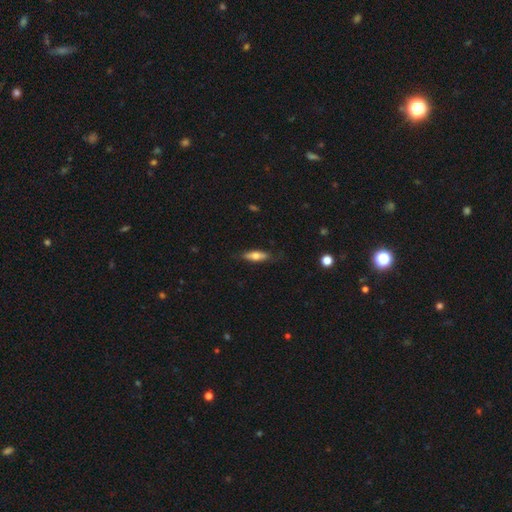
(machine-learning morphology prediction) A smooth galaxy with no disk features (63%) that is in between round and cigar-shaped (50%). Merging: none (78%).